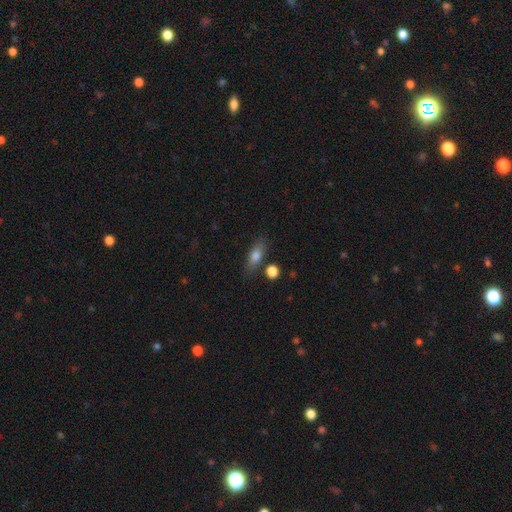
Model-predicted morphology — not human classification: The model was most divided on "how rounded": in between: 66%, cigar-shaped: 28%, round: 7%. More confident: merging — none (75%); smooth or featured — smooth (75%).